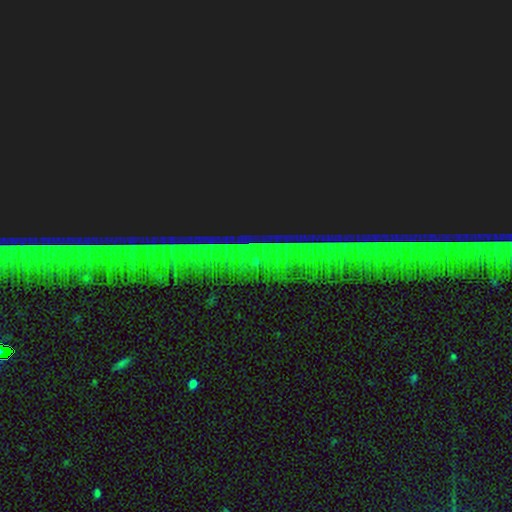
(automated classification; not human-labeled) smooth-or-featured: star or artifact: 86% | featured or disk: 8% | smooth: 6%